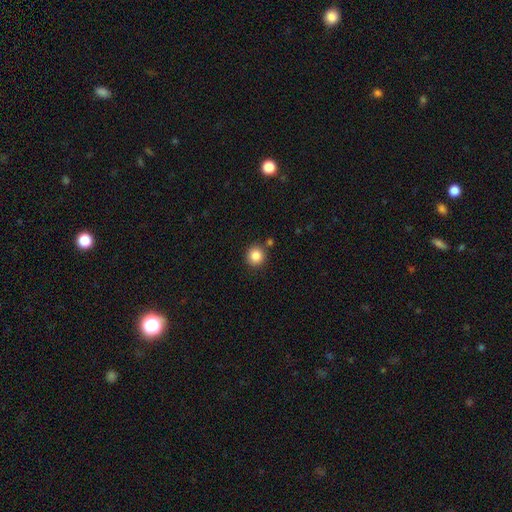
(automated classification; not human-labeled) The model was most divided on "smooth or featured": smooth: 86%, star or artifact: 10%, featured or disk: 4%. More confident: how rounded — round (92%); merging — none (84%).